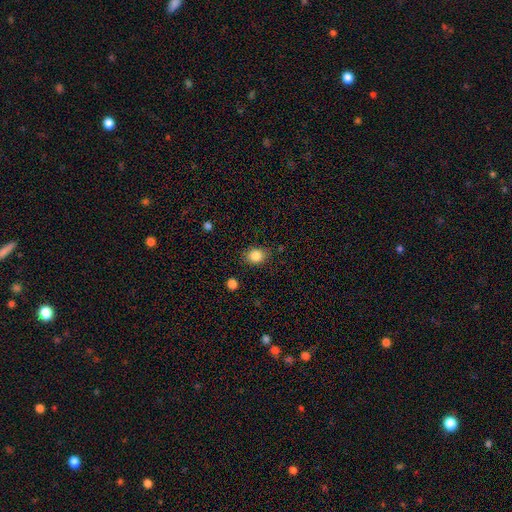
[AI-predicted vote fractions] A smooth galaxy with no disk features (86%) that is round (52%).

Vote fractions:
- Smooth or featured? smooth: 86% / star or artifact: 9% / featured or disk: 5%
- How rounded? round: 52% / in between: 47% / cigar-shaped: 1%
- Merging? none: 80% / minor disturbance: 14% / major disturbance: 4% / merger: 2%